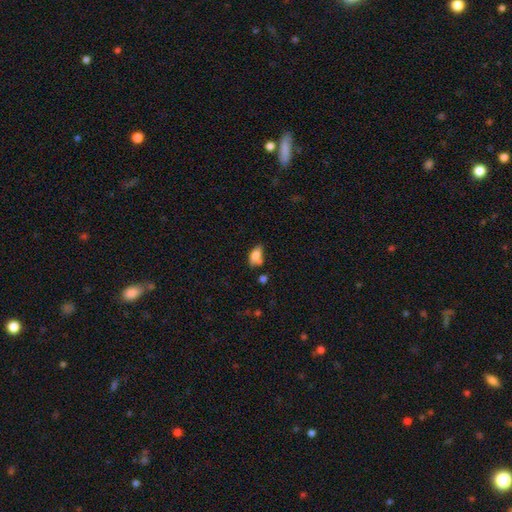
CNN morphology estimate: Smooth or featured? Predicted: smooth (p=0.75). How rounded? Predicted: in between (p=0.86). Merging? Predicted: none (p=0.56).